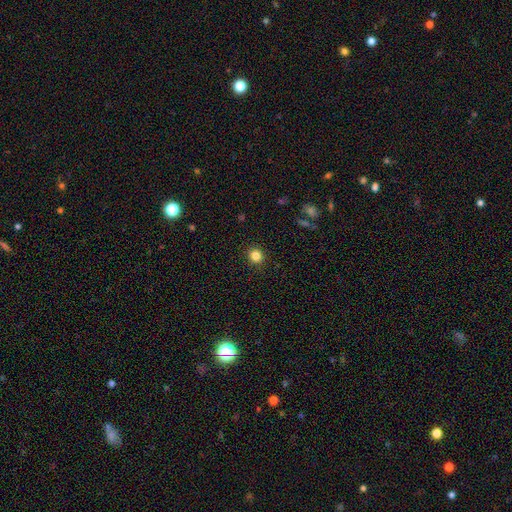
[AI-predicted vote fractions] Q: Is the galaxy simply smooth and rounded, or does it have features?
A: smooth — 83%.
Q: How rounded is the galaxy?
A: round — 88%.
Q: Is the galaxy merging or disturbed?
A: none — 92%.